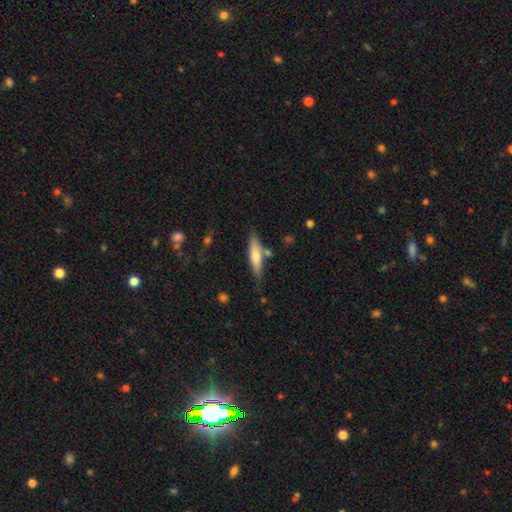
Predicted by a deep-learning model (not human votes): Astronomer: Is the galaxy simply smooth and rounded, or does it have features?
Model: smooth — 62%.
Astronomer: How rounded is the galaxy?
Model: cigar-shaped — 76%.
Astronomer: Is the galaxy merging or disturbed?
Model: none — 73%.